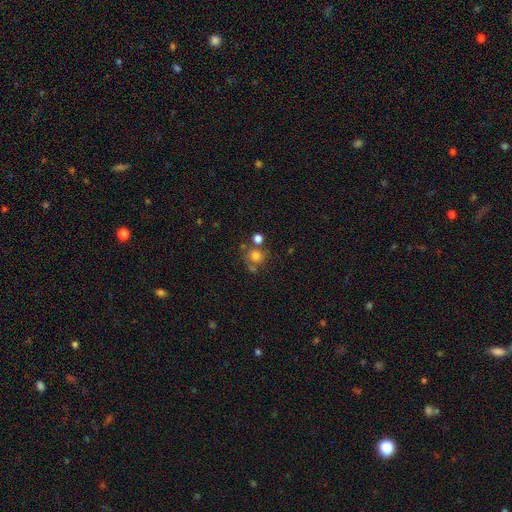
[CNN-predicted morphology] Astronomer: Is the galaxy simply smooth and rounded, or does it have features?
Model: smooth — 71%.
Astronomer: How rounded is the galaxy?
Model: round — 85%.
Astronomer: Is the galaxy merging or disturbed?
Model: none — 56%.